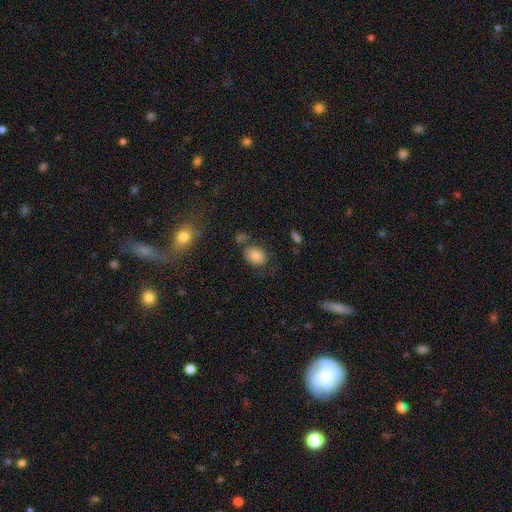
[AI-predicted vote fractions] A smooth galaxy with no disk features (83%) that is in between round and cigar-shaped (76%).

Vote fractions:
- Smooth or featured? smooth: 83% / star or artifact: 10% / featured or disk: 8%
- How rounded? in between: 76% / round: 23% / cigar-shaped: 1%
- Merging? none: 57% / minor disturbance: 21% / major disturbance: 11% / merger: 10%